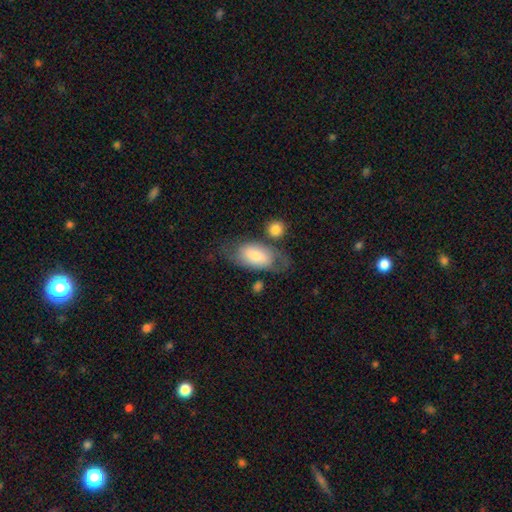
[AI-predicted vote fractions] Morphology: type=smooth (67%); roundness=in between (90%); merging=none (48%).